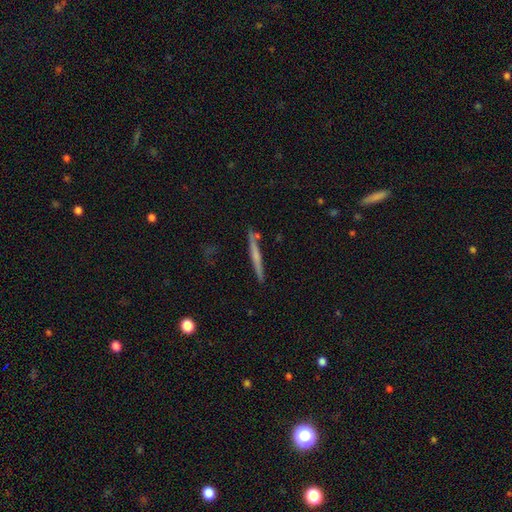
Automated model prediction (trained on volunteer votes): Smooth or featured?
  - featured or disk: 49% *
  - smooth: 45%
  - star or artifact: 6%
Merging?
  - none: 86% *
  - minor disturbance: 9%
  - merger: 3%
  - major disturbance: 2%